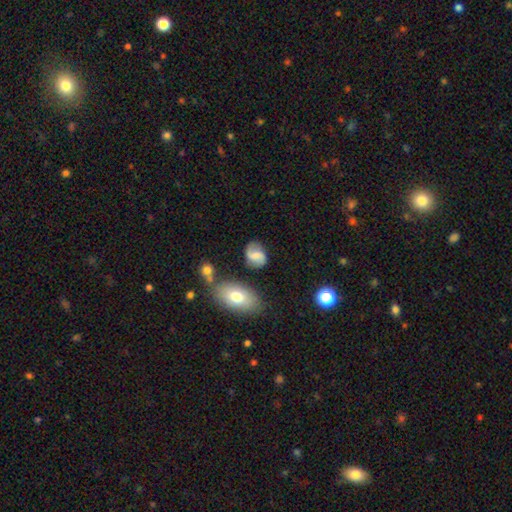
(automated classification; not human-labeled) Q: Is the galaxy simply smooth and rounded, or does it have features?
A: featured or disk — 53%.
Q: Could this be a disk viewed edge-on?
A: no — 97%.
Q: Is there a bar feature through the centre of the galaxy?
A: weak — 49%.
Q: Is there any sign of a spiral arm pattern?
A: yes — 87%.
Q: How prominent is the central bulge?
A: moderate — 37%.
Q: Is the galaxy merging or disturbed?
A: none — 71%.